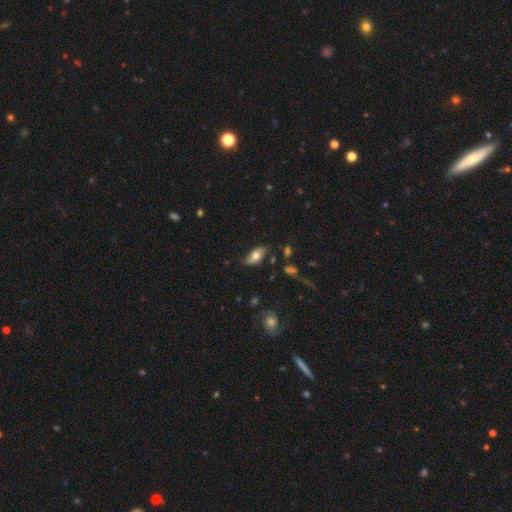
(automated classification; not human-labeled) Smooth or featured? Predicted: smooth (p=0.69). How rounded? Predicted: in between (p=0.90). Merging? Predicted: none (p=0.76).